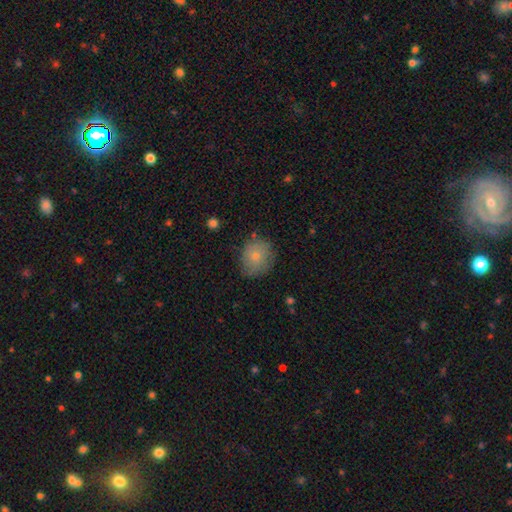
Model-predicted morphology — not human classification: This appears to be a smooth galaxy with no disk features (76%) that is round (70%). Merging: none (72%).